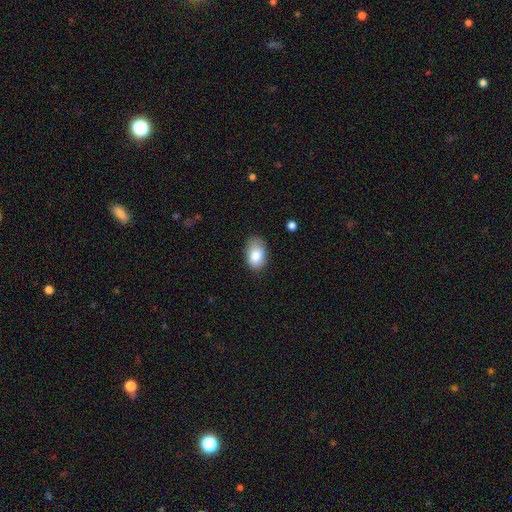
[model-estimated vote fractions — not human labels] Smooth or featured? smooth (84%)
How rounded? in between (88%)
Merging? none (69%)